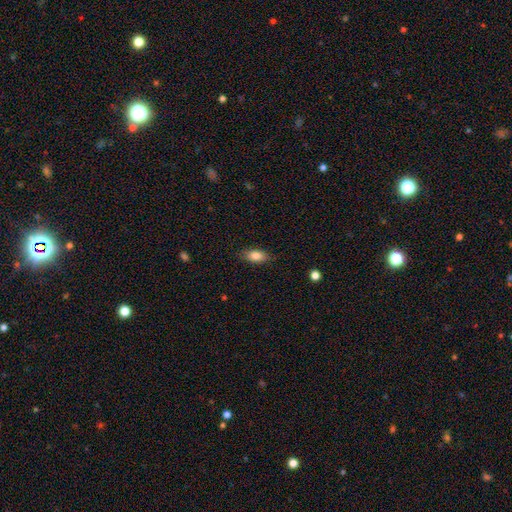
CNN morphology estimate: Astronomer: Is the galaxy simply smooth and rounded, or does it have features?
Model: smooth — 84%.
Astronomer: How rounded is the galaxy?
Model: in between — 87%.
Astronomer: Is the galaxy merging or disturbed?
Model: none — 84%.